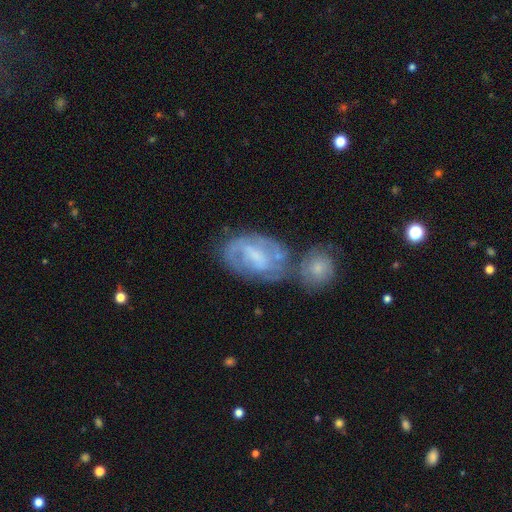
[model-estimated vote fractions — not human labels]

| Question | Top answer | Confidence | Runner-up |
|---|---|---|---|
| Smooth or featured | featured or disk | 67% | smooth (25%) |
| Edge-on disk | no | 96% | yes (4%) |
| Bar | weak | 49% | no (28%) |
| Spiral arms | yes | 74% | no (26%) |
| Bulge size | small | 42% | none (28%) |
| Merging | merger | 37% | none (35%) |